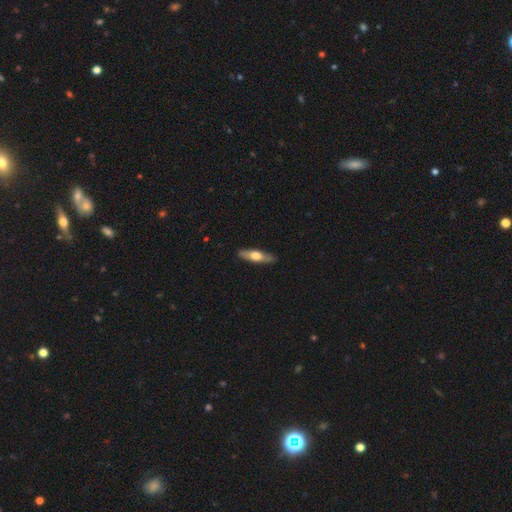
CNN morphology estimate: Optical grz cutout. It shows a smooth galaxy with no disk features (51%) that is cigar-shaped (65%). Merging: none (88%).